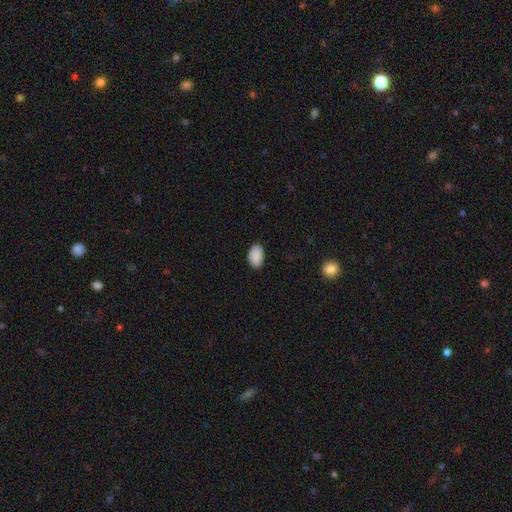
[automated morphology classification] The model was most divided on "merging": none: 84%, minor disturbance: 12%, major disturbance: 2%, merger: 1%. More confident: how rounded — in between (90%); smooth or featured — smooth (90%).